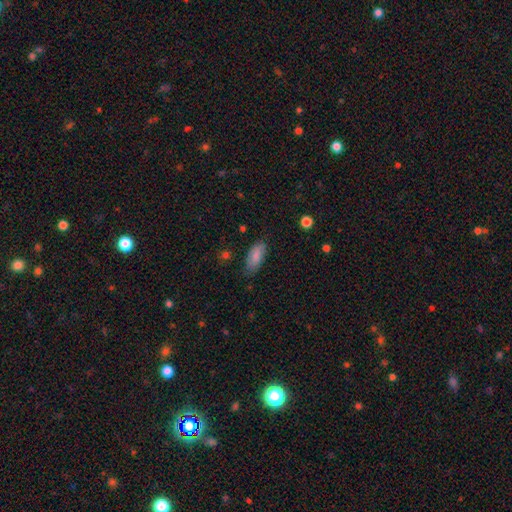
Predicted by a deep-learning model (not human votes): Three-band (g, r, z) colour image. It shows a smooth galaxy with no disk features (83%) that is in between round and cigar-shaped (85%). Merging: none (72%).